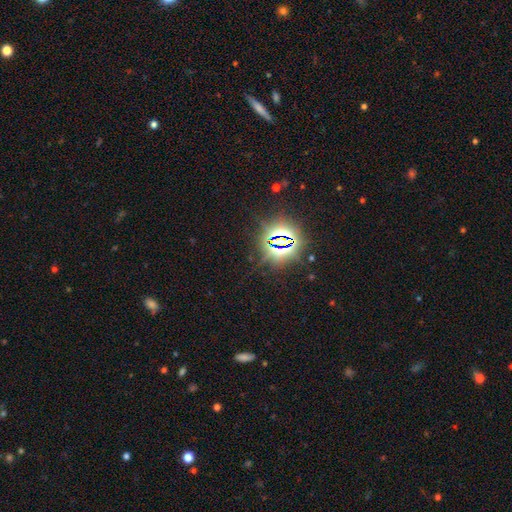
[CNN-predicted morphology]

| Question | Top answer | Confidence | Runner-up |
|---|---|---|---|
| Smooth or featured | star or artifact | 81% | smooth (12%) |